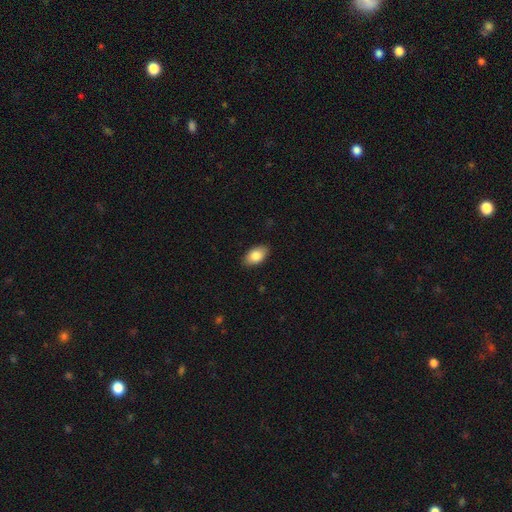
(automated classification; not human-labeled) smooth_or_featured: smooth (p=0.85) [alt: featured or disk p=0.09]
how_rounded: in between (p=0.92) [alt: round p=0.06]
merging: none (p=0.88) [alt: minor disturbance p=0.09]